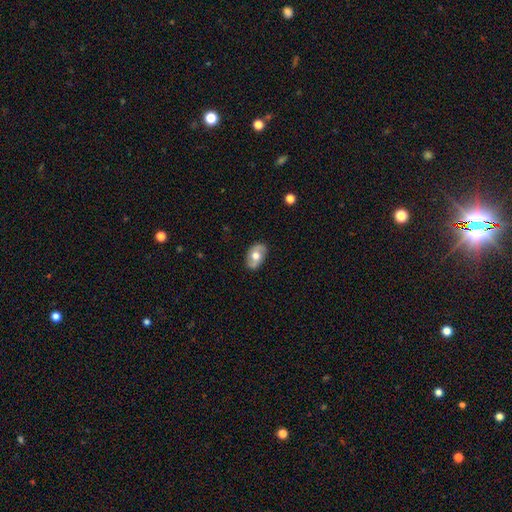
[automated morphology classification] Smooth or featured? Predicted: featured or disk (p=0.47). Merging? Predicted: none (p=0.81).